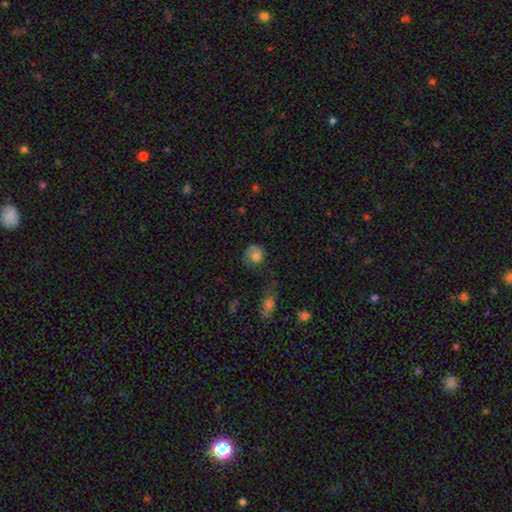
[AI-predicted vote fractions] A smooth galaxy with no disk features (71%) that is round (76%). Merging: none (45%).